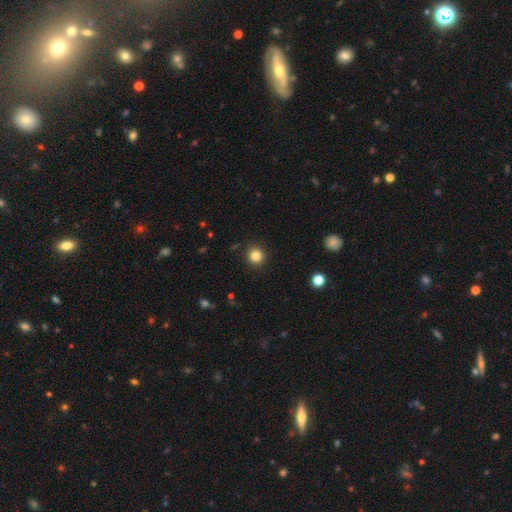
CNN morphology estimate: The model was most divided on "smooth or featured": smooth: 83%, star or artifact: 12%, featured or disk: 5%. More confident: how rounded — round (92%); merging — none (92%).